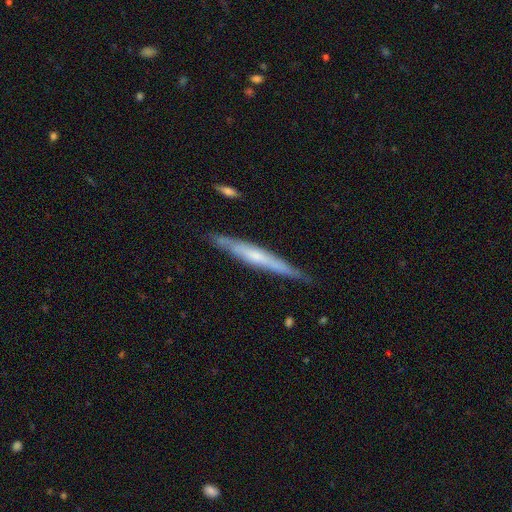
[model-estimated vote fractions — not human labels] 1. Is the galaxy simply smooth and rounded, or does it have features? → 58% featured or disk, 36% smooth, 6% star or artifact.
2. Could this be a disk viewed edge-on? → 93% yes, 7% no.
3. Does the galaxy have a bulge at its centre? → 54% none, 35% rounded, 10% boxy.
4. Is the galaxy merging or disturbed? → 83% none, 13% minor disturbance, 2% major disturbance, 2% merger.